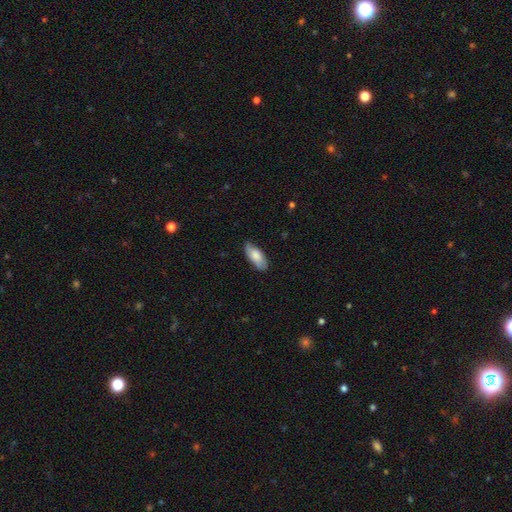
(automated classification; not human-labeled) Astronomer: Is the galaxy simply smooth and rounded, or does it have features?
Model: smooth — 76%.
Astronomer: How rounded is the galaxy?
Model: in between — 85%.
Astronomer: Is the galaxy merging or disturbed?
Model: none — 77%.